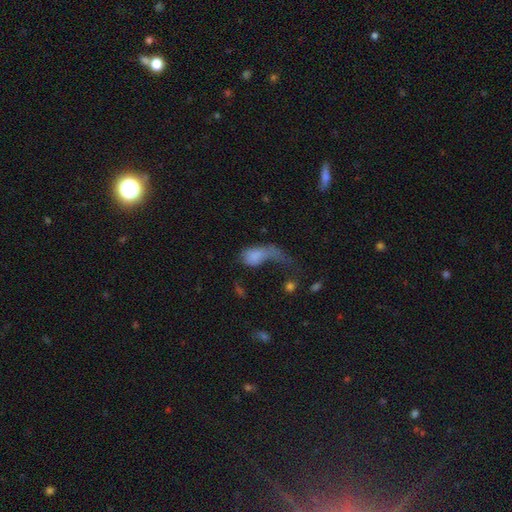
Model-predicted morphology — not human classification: smooth-or-featured: smooth: 68% | featured or disk: 21% | star or artifact: 11%
  how-rounded: in between: 81% | round: 14% | cigar-shaped: 5%
  merging: major disturbance: 65% | minor disturbance: 12% | none: 12% | merger: 11%